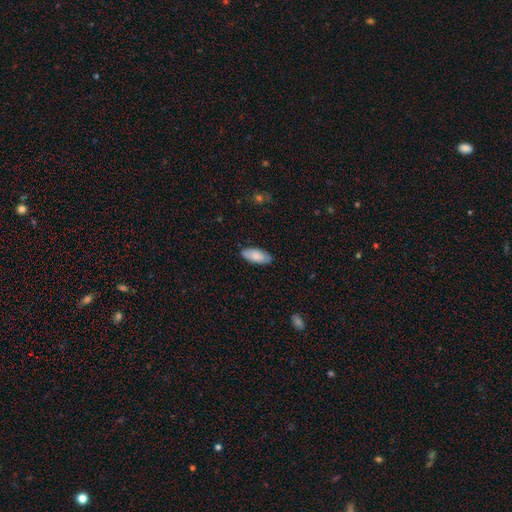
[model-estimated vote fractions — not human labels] Smooth or featured?
  - smooth: 82% *
  - featured or disk: 12%
  - star or artifact: 6%
How rounded?
  - in between: 85% *
  - cigar-shaped: 13%
  - round: 2%
Merging?
  - none: 84% *
  - minor disturbance: 13%
  - major disturbance: 2%
  - merger: 1%